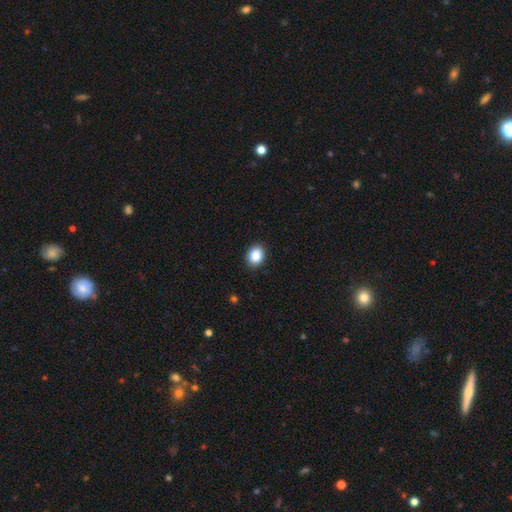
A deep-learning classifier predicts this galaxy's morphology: smooth 89%, star or artifact 8%, featured or disk 3%. Down the decision tree: how rounded — in between (60%); merging — none (89%).